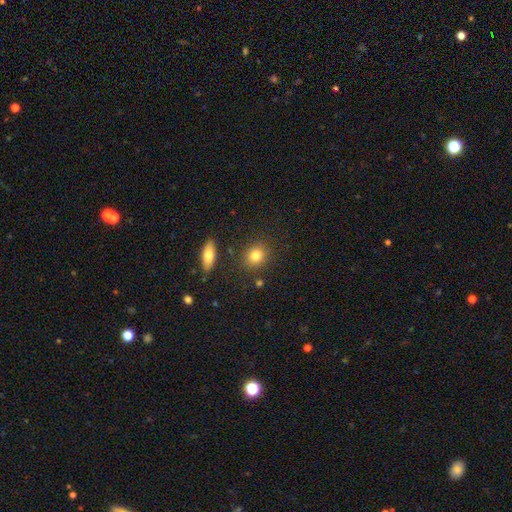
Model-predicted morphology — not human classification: A smooth galaxy with no disk features (82%) that is round (71%). Merging: none (84%).